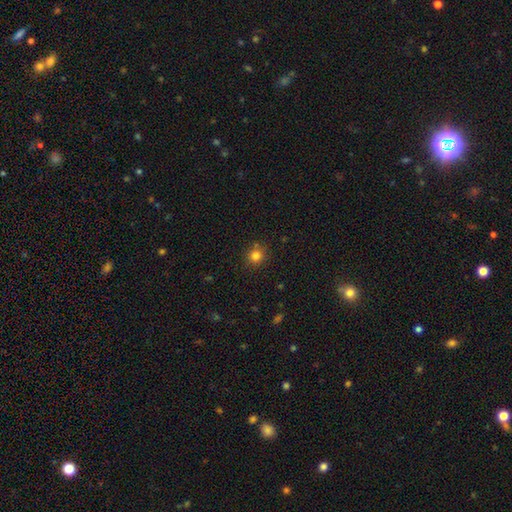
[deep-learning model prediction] smooth_or_featured: smooth (p=0.81) [alt: star or artifact p=0.13]
how_rounded: round (p=0.88) [alt: in between p=0.11]
merging: none (p=0.83) [alt: minor disturbance p=0.10]